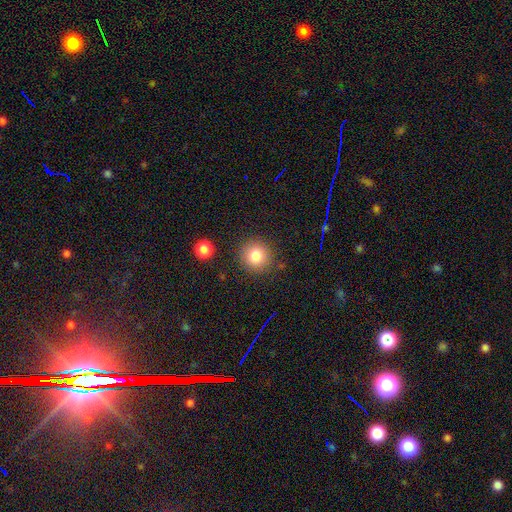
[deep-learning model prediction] Overall: smooth (81%). How rounded: round (93%). Merging: none (87%).